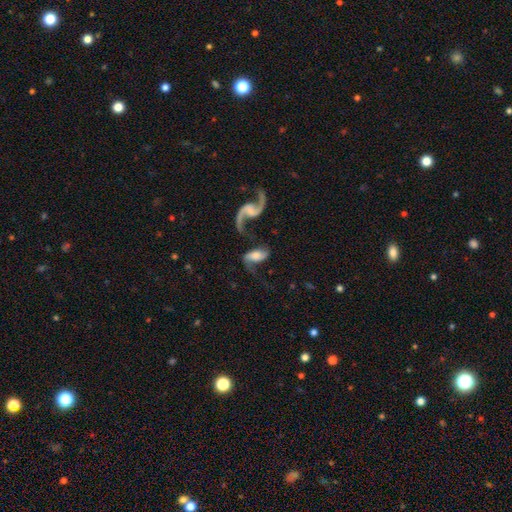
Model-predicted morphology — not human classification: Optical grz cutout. It shows a featured or disk galaxy (72%) with no bar (50%), 2 (84%) loose (77%) spiral arms (90%) and no central bulge (26%). Merging: none (45%).